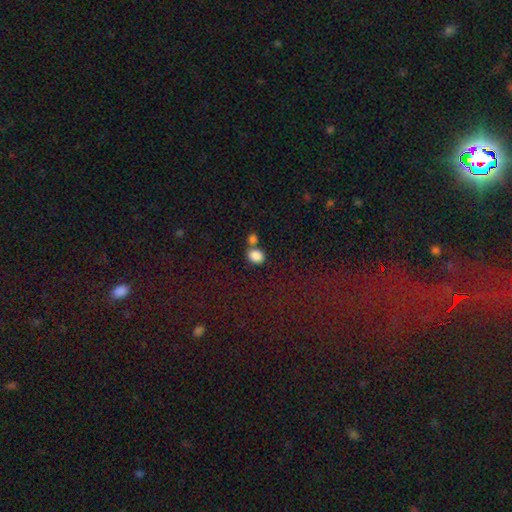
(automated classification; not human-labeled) Smooth or featured? smooth (85%)
How rounded? in between (62%)
Merging? none (50%)